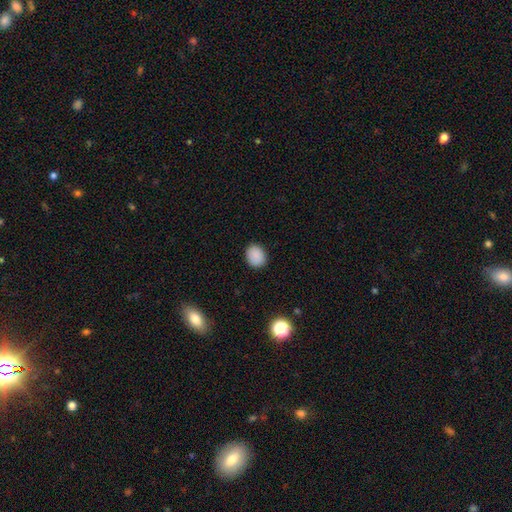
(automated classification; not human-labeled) smooth_or_featured: smooth (p=0.88) [alt: star or artifact p=0.09]
how_rounded: round (p=0.58) [alt: in between p=0.41]
merging: none (p=0.89) [alt: minor disturbance p=0.08]